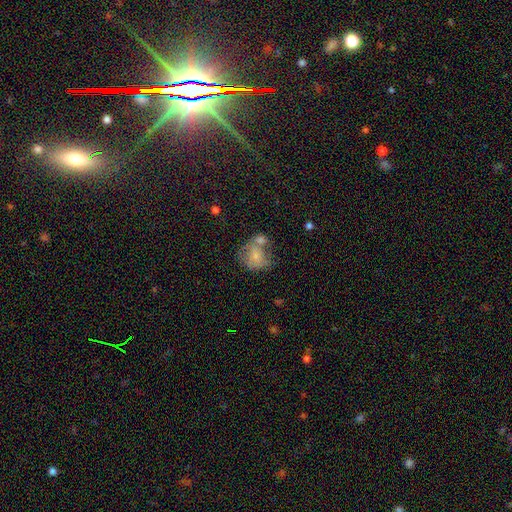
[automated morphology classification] Smooth or featured: smooth — 57% (featured or disk — 34%)
How rounded: round — 59% (in between — 40%)
Merging: merger — 40% (none — 27%)